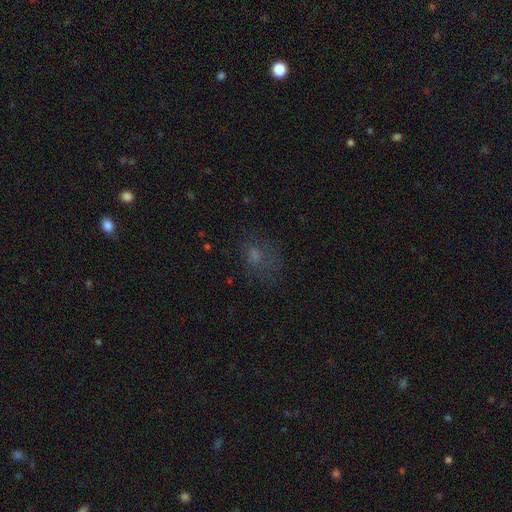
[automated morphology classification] A smooth galaxy with no disk features (55%) that is in between round and cigar-shaped (59%). Merging: none (54%).